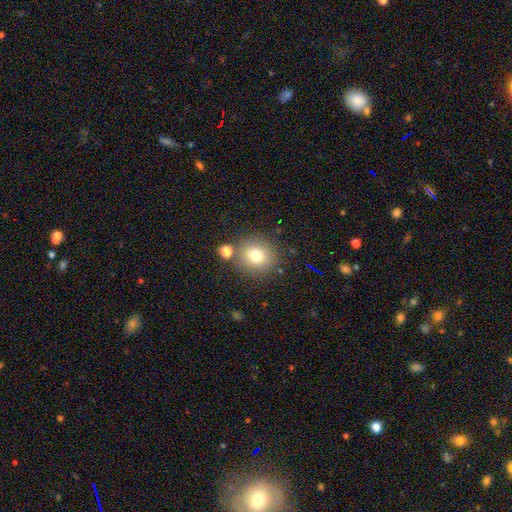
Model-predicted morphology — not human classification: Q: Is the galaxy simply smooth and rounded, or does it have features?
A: smooth — 76%.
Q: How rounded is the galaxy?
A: round — 88%.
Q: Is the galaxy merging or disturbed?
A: none — 79%.